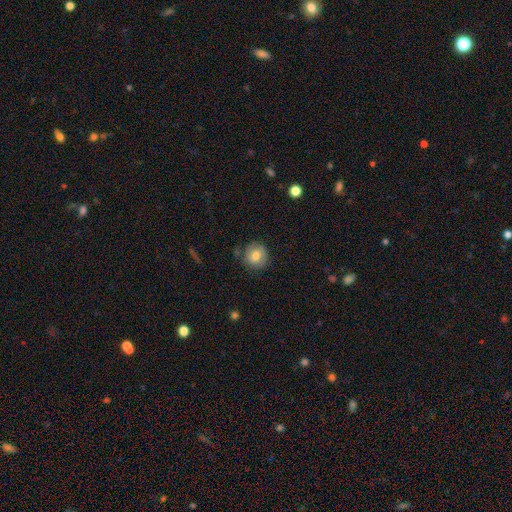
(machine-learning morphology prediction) smooth-or-featured: smooth: 75% | featured or disk: 16% | star or artifact: 8%
  how-rounded: round: 86% | in between: 13% | cigar-shaped: 1%
  merging: none: 77% | minor disturbance: 17% | major disturbance: 4% | merger: 3%